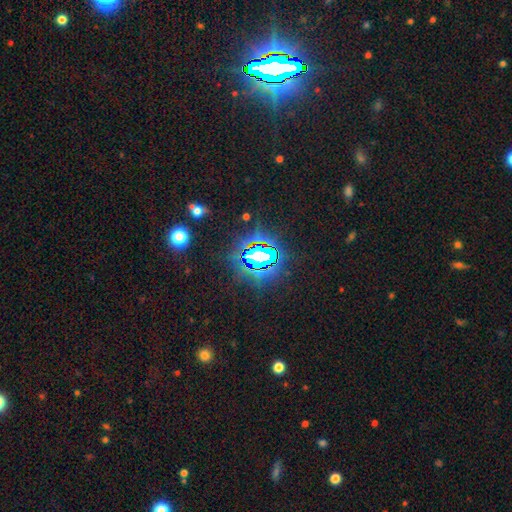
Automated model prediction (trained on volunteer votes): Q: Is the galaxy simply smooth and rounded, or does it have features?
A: star or artifact — 74%.